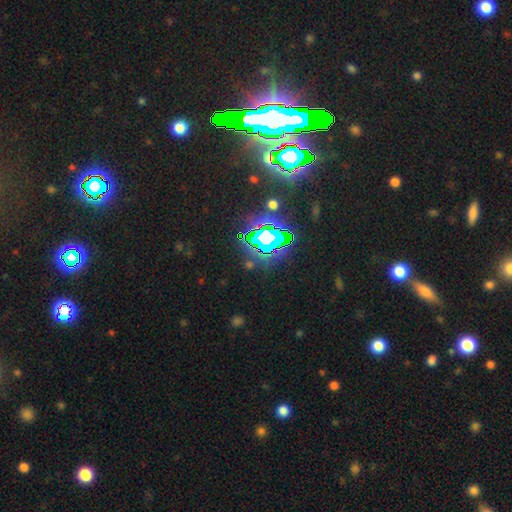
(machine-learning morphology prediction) smooth-or-featured: star or artifact: 82% | smooth: 9% | featured or disk: 9%